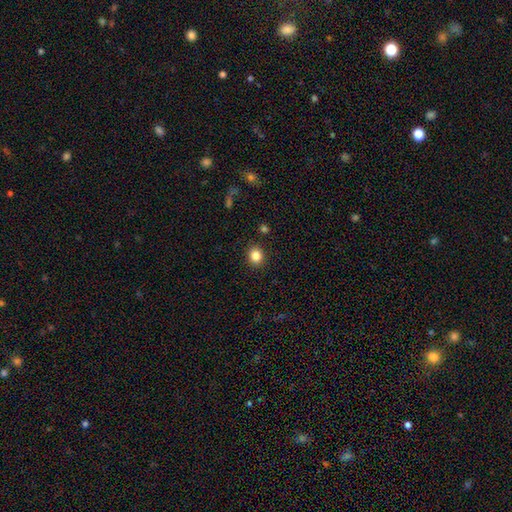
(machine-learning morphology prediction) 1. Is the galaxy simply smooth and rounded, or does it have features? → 85% smooth, 11% star or artifact, 5% featured or disk.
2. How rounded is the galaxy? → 77% round, 22% in between, 1% cigar-shaped.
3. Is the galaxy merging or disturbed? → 89% none, 7% minor disturbance, 2% major disturbance, 2% merger.